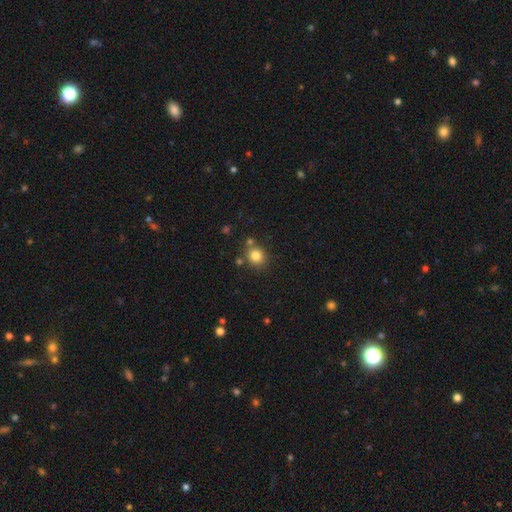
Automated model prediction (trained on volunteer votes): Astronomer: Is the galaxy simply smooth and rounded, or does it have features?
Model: smooth — 82%.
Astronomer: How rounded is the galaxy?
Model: round — 78%.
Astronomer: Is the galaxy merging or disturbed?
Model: none — 76%.